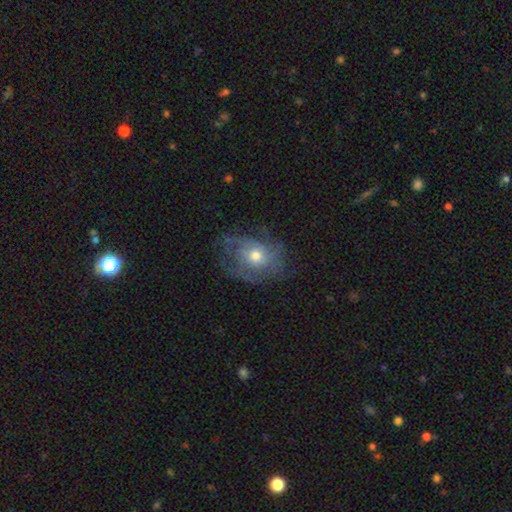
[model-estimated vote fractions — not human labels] smooth_or_featured: featured or disk (p=0.59) [alt: smooth p=0.33]
disk_edge_on: no (p=0.95) [alt: yes p=0.05]
bar: no (p=0.85) [alt: weak p=0.13]
has_spiral_arms: yes (p=0.62) [alt: no p=0.38]
bulge_size: moderate (p=0.64) [alt: small p=0.28]
merging: none (p=0.54) [alt: minor disturbance p=0.24]